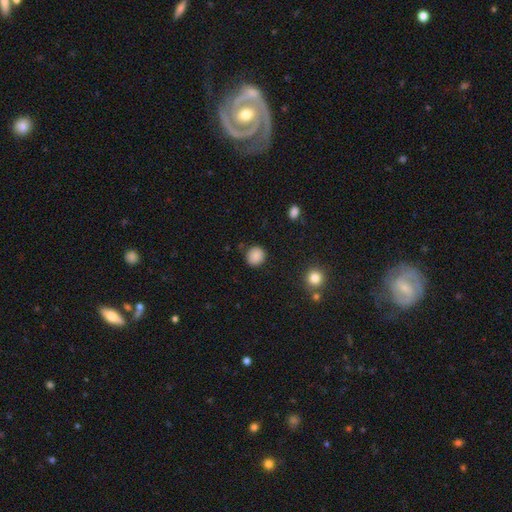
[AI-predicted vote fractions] This is clearly a smooth galaxy (87%). How rounded: clearly round (86%). Merging: clearly none (87%).